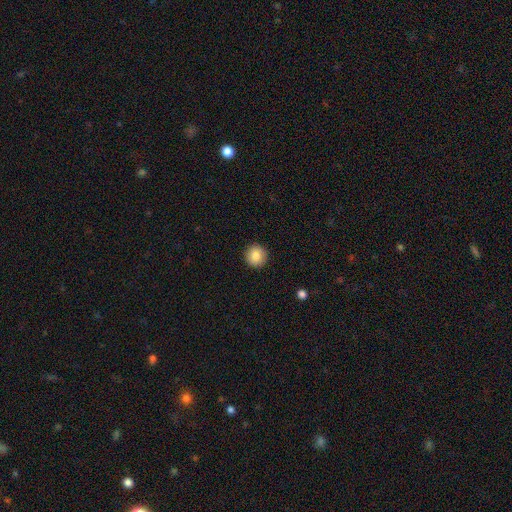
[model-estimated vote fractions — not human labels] A smooth galaxy with no disk features (87%) that is round (94%). Merging: none (92%).